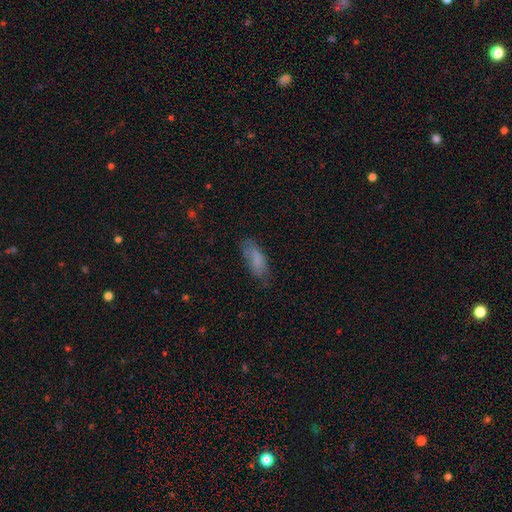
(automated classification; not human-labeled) Smooth or featured? smooth (74%)
How rounded? in between (68%)
Merging? none (65%)